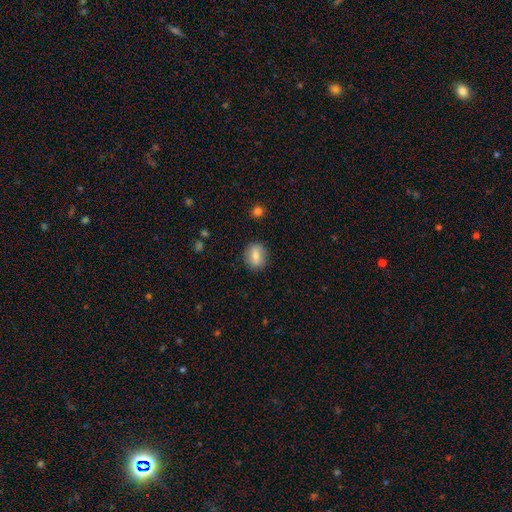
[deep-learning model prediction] smooth 76%, featured or disk 16%, star or artifact 8%. Down the decision tree: how rounded — round (62%); merging — none (87%).